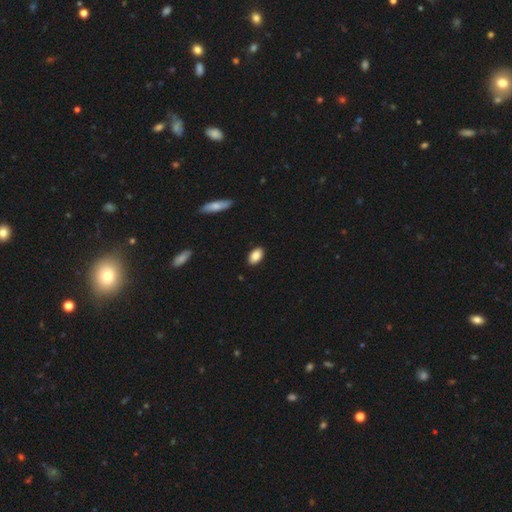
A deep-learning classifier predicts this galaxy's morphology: Smooth or featured? smooth (87%)
How rounded? in between (92%)
Merging? none (89%)